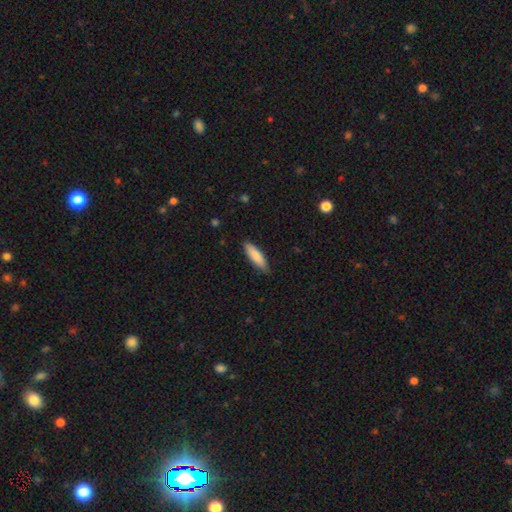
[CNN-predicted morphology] A smooth galaxy with no disk features (84%) that is cigar-shaped (60%). Merging: none (83%).